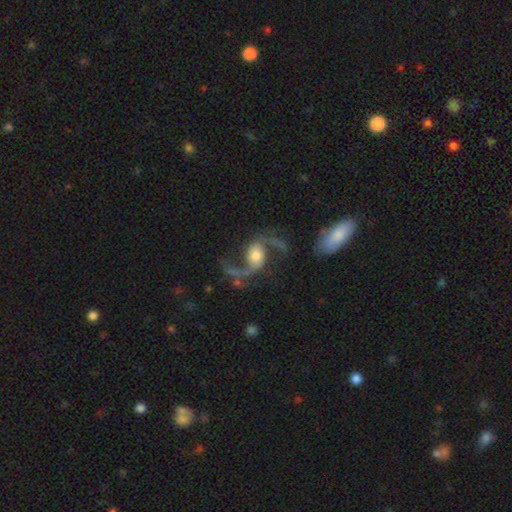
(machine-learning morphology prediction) Overall: featured or disk (85%). Edge-on disk: no (97%). Bar: no (48%; weak 36%). Spiral arms: yes (96%). Spiral arm count: 2 (92%). Spiral winding: loose (81%). Bulge size: moderate (45%; small 24%). Merging: none (61%).